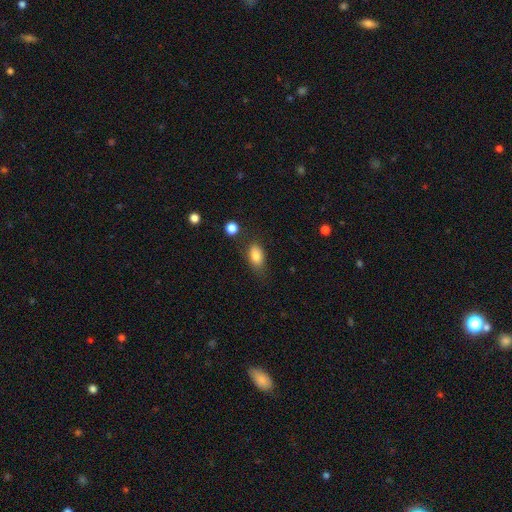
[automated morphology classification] A smooth galaxy with no disk features (82%) that is in between round and cigar-shaped (86%). Merging: none (71%).